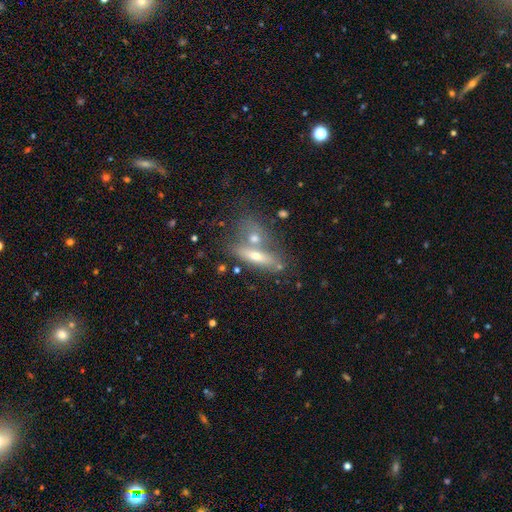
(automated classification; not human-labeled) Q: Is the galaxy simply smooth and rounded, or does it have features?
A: smooth — 50%.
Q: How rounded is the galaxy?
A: cigar-shaped — 58%.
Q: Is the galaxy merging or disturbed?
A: none — 49%.